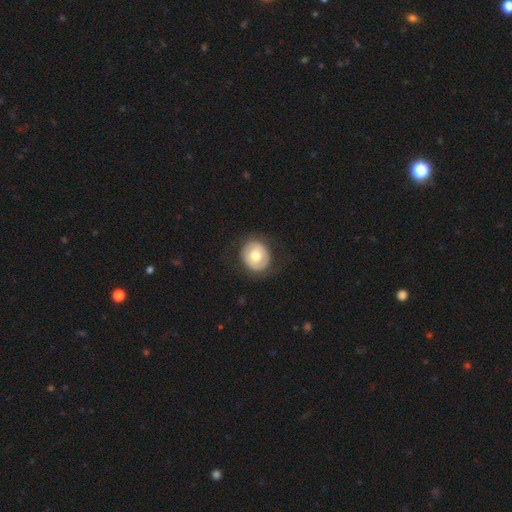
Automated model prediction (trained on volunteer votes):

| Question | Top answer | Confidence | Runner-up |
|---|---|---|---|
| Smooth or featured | smooth | 60% | featured or disk (34%) |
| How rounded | round | 81% | in between (18%) |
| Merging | none | 83% | minor disturbance (11%) |